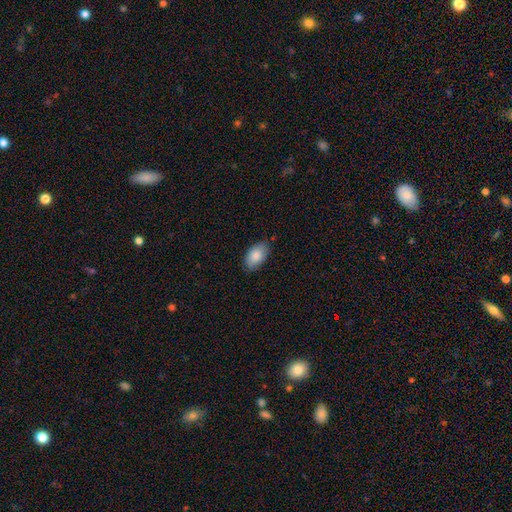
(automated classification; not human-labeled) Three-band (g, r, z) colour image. It shows a smooth galaxy with no disk features (85%) that is in between round and cigar-shaped (93%). Merging: none (81%).